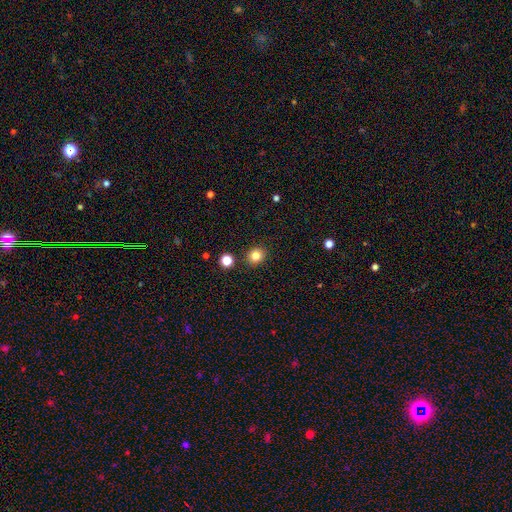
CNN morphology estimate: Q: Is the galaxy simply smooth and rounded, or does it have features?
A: smooth — 82%.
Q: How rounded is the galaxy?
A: round — 78%.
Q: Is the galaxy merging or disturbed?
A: none — 89%.